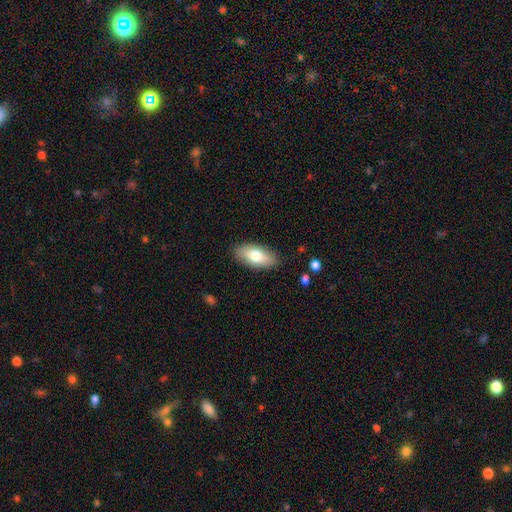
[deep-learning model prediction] A smooth galaxy with no disk features (73%) that is in between round and cigar-shaped (89%).

Vote fractions:
- Smooth or featured? smooth: 73% / featured or disk: 20% / star or artifact: 7%
- How rounded? in between: 89% / cigar-shaped: 8% / round: 3%
- Merging? none: 87% / minor disturbance: 10% / major disturbance: 2% / merger: 1%